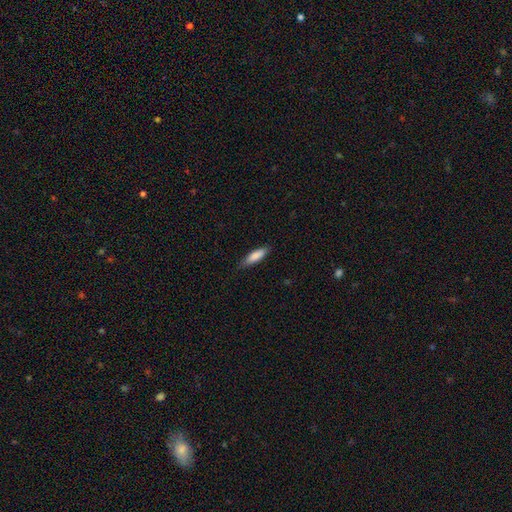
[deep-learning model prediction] Overall: smooth (84%). How rounded: cigar-shaped (59%; in between 39%). Merging: none (79%).